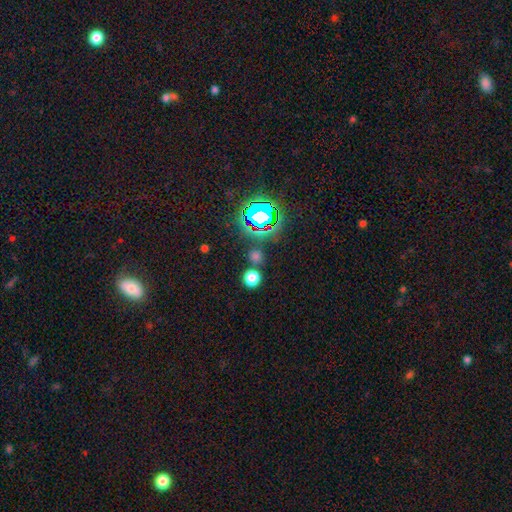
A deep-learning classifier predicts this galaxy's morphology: This appears to be a smooth galaxy with no disk features (58%) that is round (89%). Merging: none (80%).